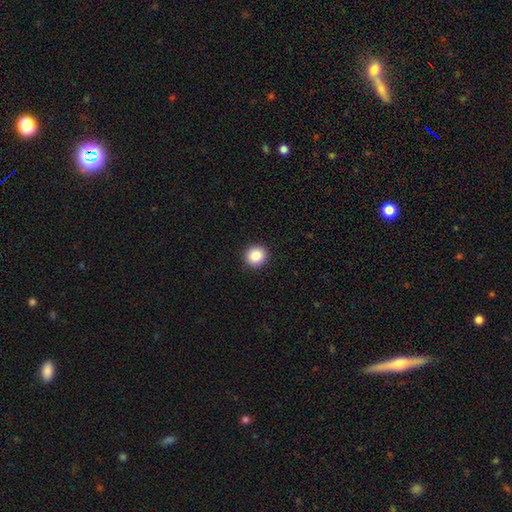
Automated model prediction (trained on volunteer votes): A smooth galaxy with no disk features (87%) that is round (93%).

Vote fractions:
- Smooth or featured? smooth: 87% / star or artifact: 9% / featured or disk: 4%
- How rounded? round: 93% / in between: 6% / cigar-shaped: 1%
- Merging? none: 93% / minor disturbance: 4% / major disturbance: 2% / merger: 1%